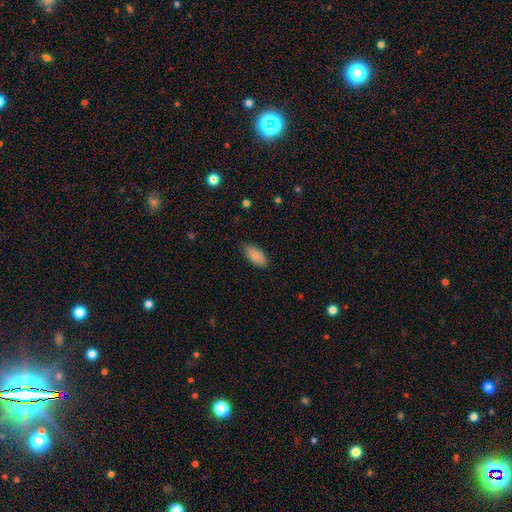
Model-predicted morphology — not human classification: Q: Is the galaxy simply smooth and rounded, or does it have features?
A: smooth — 83%.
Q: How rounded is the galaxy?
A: in between — 93%.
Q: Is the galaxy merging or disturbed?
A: none — 82%.